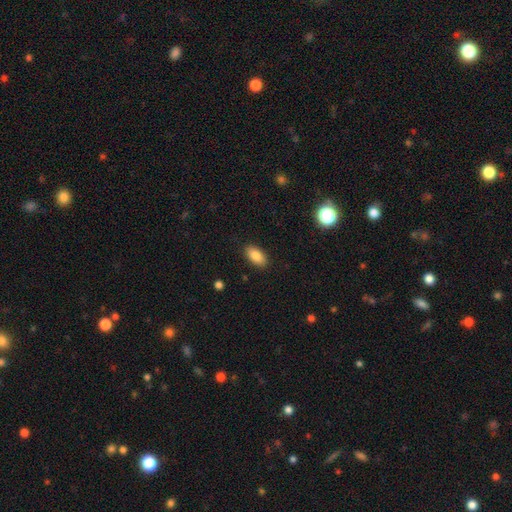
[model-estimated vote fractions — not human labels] smooth 85%, star or artifact 8%, featured or disk 8%. Down the decision tree: how rounded — in between (92%); merging — none (89%).